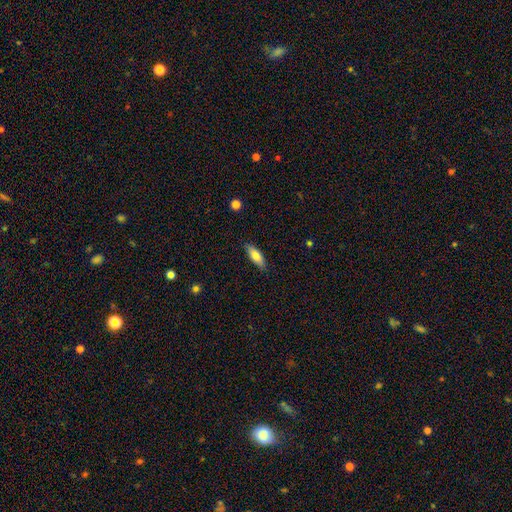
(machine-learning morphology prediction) Smooth or featured: smooth — 77% (featured or disk — 16%)
How rounded: in between — 60% (cigar-shaped — 38%)
Merging: none — 86% (minor disturbance — 11%)